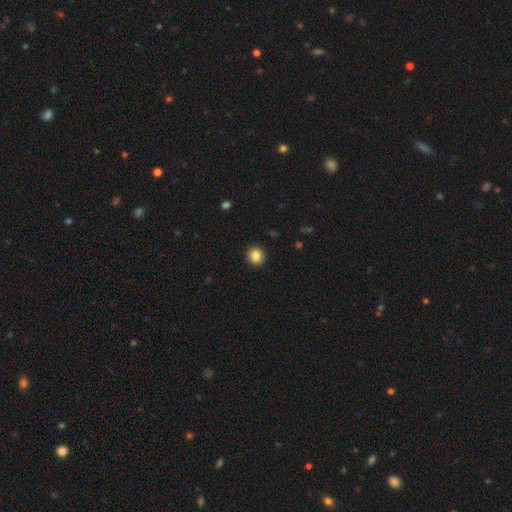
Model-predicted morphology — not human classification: Q: Smooth or featured?
A: smooth (85%); runner-up: star or artifact (9%)
Q: How rounded?
A: round (83%); runner-up: in between (16%)
Q: Merging?
A: none (92%); runner-up: minor disturbance (5%)